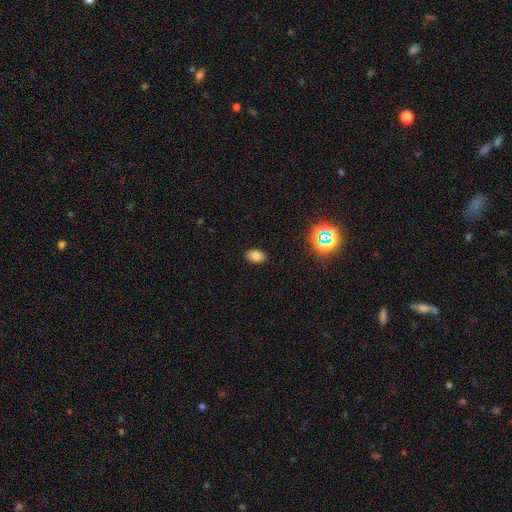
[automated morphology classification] Smooth or featured? Predicted: smooth (p=0.80). How rounded? Predicted: in between (p=0.84). Merging? Predicted: none (p=0.88).